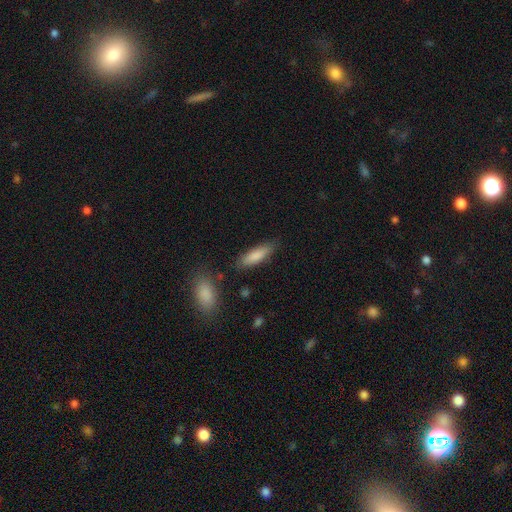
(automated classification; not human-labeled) This is clearly a smooth galaxy (83%). How rounded: possibly cigar-shaped (57%). Merging: likely none (80%).